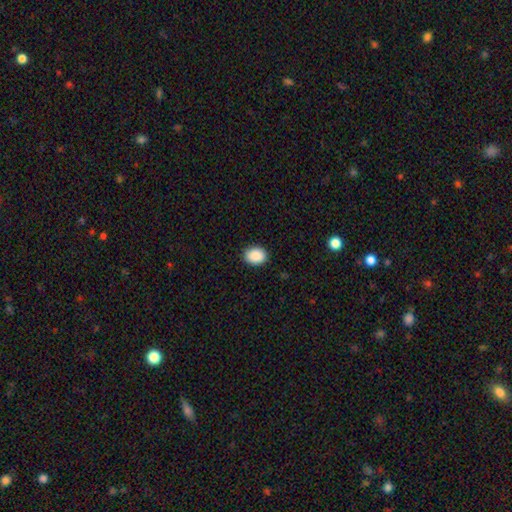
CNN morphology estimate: smooth-or-featured: smooth: 90% | star or artifact: 7% | featured or disk: 3%
  how-rounded: in between: 64% | round: 35% | cigar-shaped: 1%
  merging: none: 90% | minor disturbance: 8% | major disturbance: 2% | merger: 1%